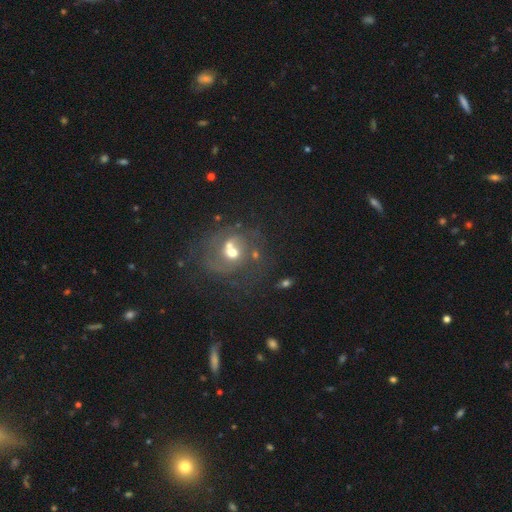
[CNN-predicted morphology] type=smooth (38%); merging=none (67%).